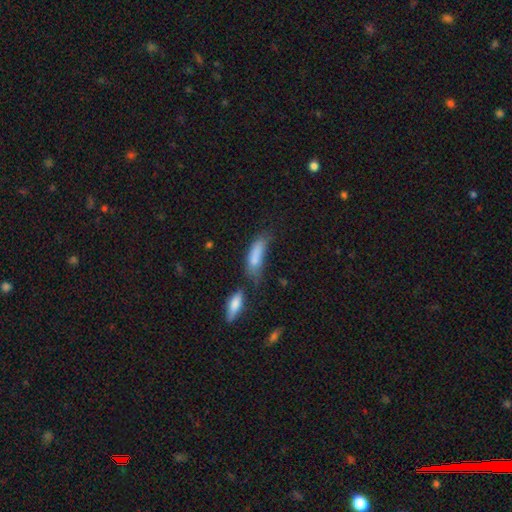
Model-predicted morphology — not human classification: Smooth or featured? Predicted: smooth (p=0.80). How rounded? Predicted: in between (p=0.64). Merging? Predicted: none (p=0.32).